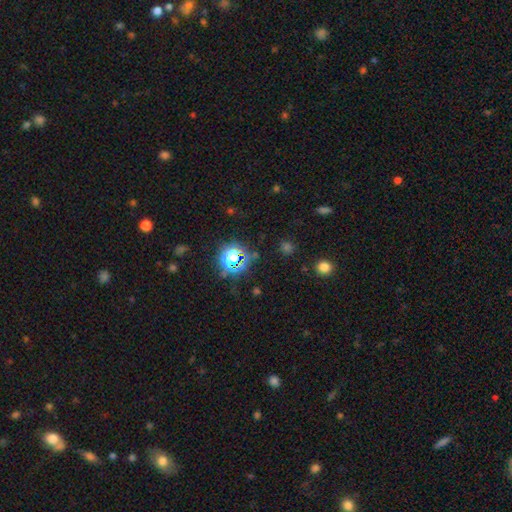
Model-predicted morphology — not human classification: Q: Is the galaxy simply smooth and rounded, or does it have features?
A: star or artifact — 72%.